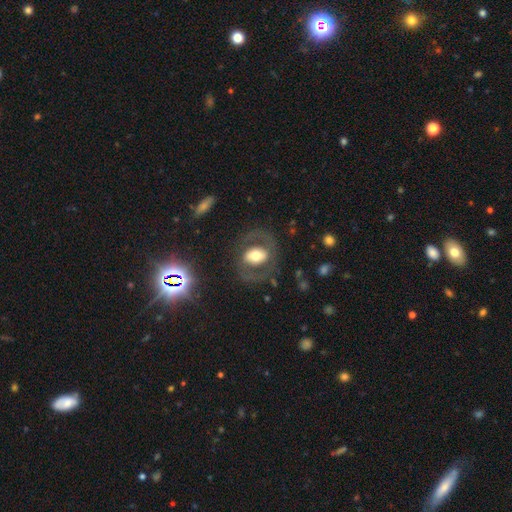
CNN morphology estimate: The model was most divided on "spiral arms": no: 52%, yes: 48%. Remaining: edge-on disk — no (94%); merging — none (73%); smooth or featured — featured or disk (56%); bulge size — moderate (53%); bar — no (45%).